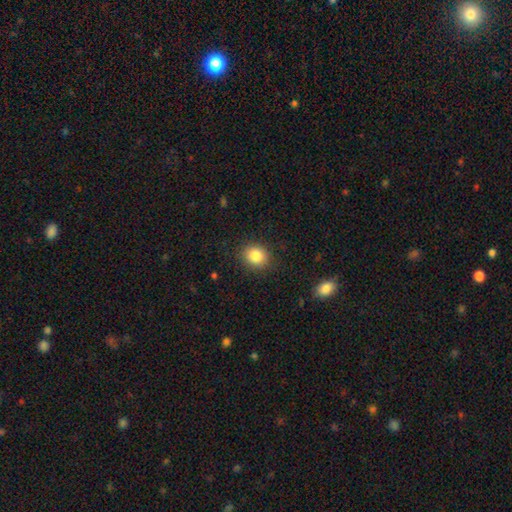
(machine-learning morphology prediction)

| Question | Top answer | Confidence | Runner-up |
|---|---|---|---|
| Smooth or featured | smooth | 84% | star or artifact (10%) |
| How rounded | round | 74% | in between (25%) |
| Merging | none | 88% | minor disturbance (9%) |